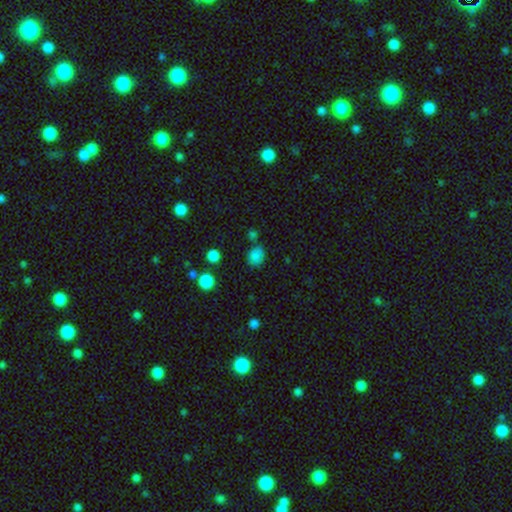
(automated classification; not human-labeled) Smooth or featured? smooth (81%)
How rounded? round (68%)
Merging? none (68%)